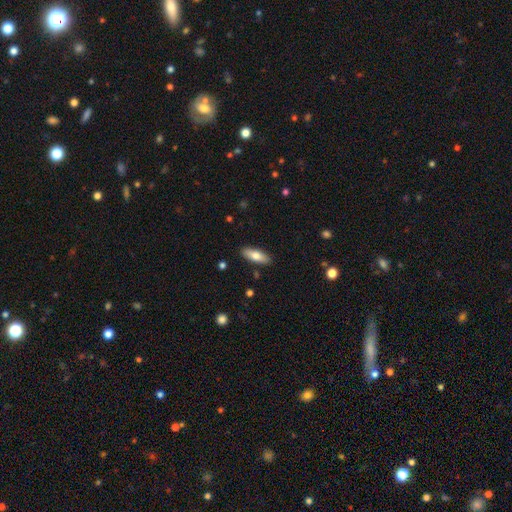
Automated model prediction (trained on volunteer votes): smooth 74%, featured or disk 20%, star or artifact 6%. Down the decision tree: how rounded — in between (63%); merging — none (89%).